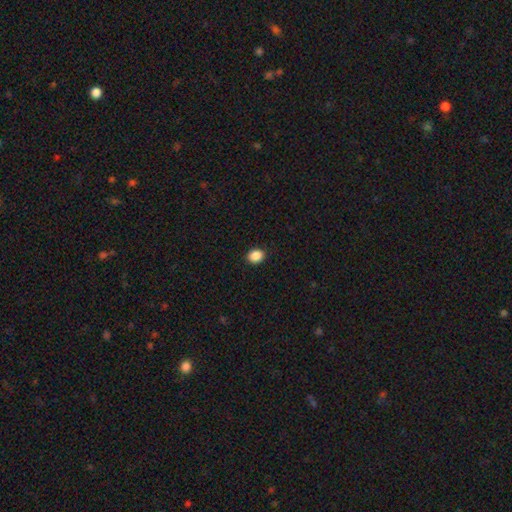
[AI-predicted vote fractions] Q: Smooth or featured?
A: smooth (88%); runner-up: star or artifact (9%)
Q: How rounded?
A: round (51%); runner-up: in between (48%)
Q: Merging?
A: none (91%); runner-up: minor disturbance (6%)